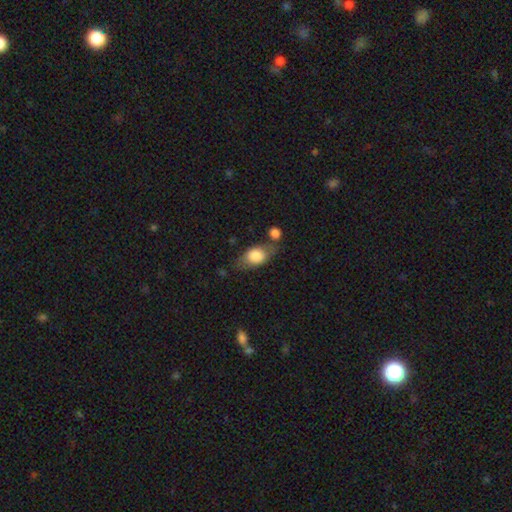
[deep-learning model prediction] This appears to be a smooth galaxy with no disk features (76%) that is in between round and cigar-shaped (84%). Merging: none (56%).